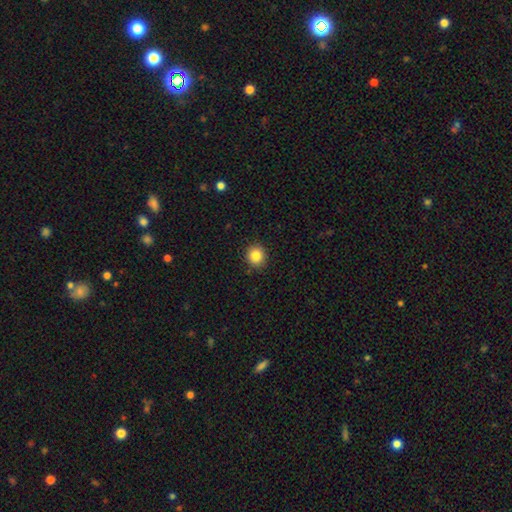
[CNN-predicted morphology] A smooth galaxy with no disk features (84%) that is round (88%).

Vote fractions:
- Smooth or featured? smooth: 84% / star or artifact: 10% / featured or disk: 6%
- How rounded? round: 88% / in between: 11% / cigar-shaped: 1%
- Merging? none: 91% / minor disturbance: 6% / major disturbance: 2% / merger: 1%